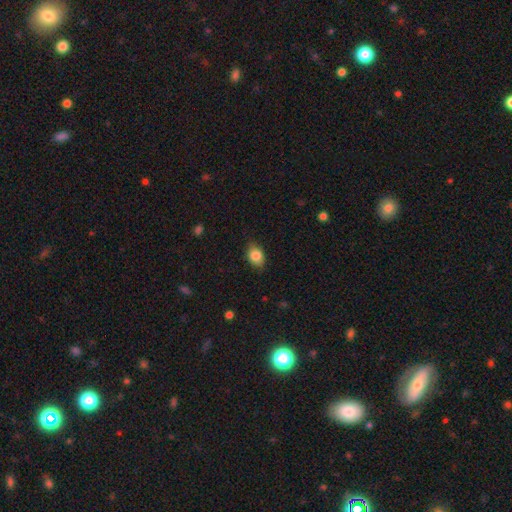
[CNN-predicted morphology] Q: Smooth or featured?
A: smooth (85%); runner-up: star or artifact (8%)
Q: How rounded?
A: in between (78%); runner-up: round (21%)
Q: Merging?
A: none (81%); runner-up: minor disturbance (15%)